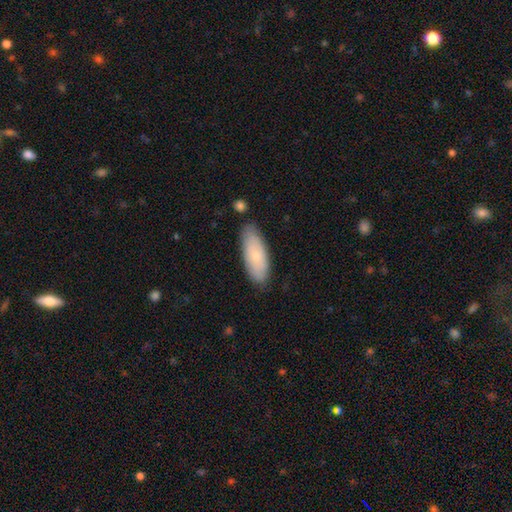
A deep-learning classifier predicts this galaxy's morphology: smooth 68%, featured or disk 26%, star or artifact 6%. Down the decision tree: how rounded — in between (74%); merging — none (80%).